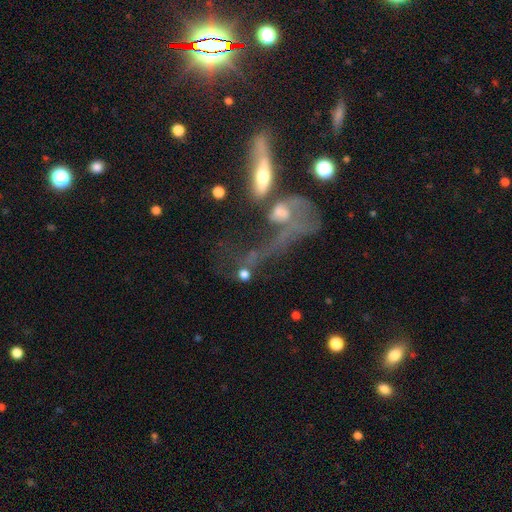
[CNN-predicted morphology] Q: Smooth or featured?
A: featured or disk (51%); runner-up: star or artifact (26%)
Q: Edge-on disk?
A: no (71%); runner-up: yes (29%)
Q: Merging?
A: merger (47%); runner-up: major disturbance (23%)